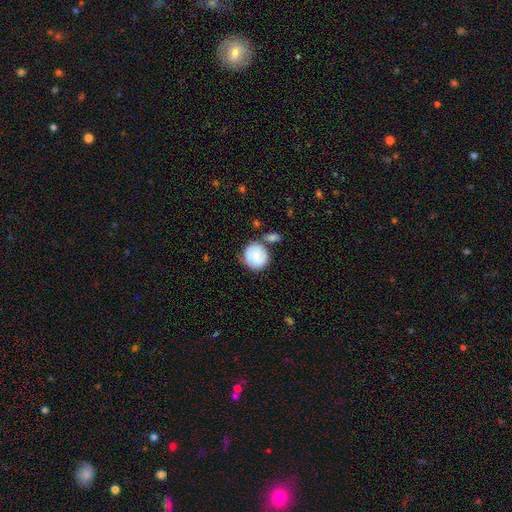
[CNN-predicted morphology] Overall: smooth (65%; featured or disk 28%). How rounded: round (84%). Merging: none (56%; minor disturbance 19%).